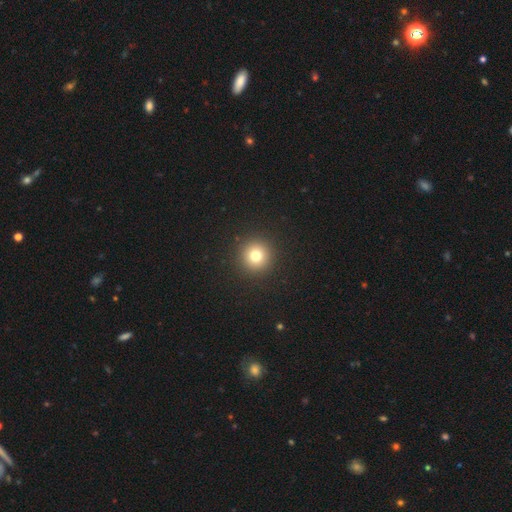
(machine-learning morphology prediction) Smooth or featured?
  - smooth: 77% *
  - star or artifact: 14%
  - featured or disk: 8%
How rounded?
  - round: 95% *
  - in between: 4%
  - cigar-shaped: 1%
Merging?
  - none: 93% *
  - minor disturbance: 4%
  - major disturbance: 2%
  - merger: 1%